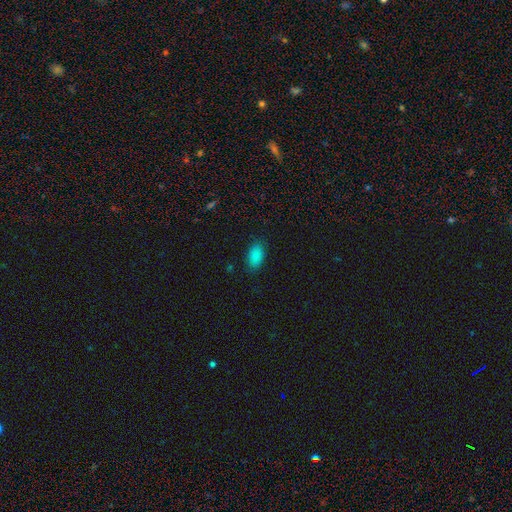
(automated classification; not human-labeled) A smooth galaxy with no disk features (87%) that is in between round and cigar-shaped (93%). Merging: none (85%).